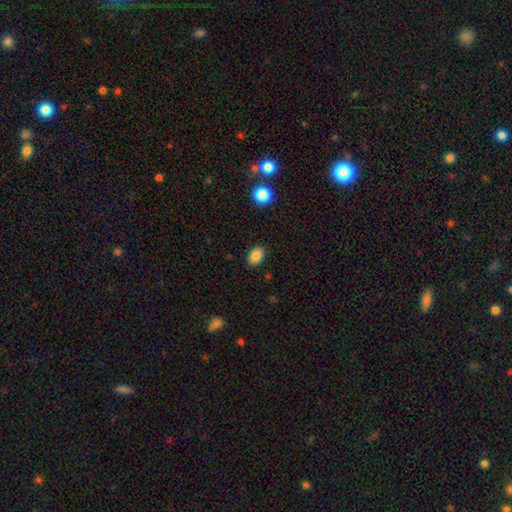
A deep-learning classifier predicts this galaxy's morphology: This appears to be a smooth galaxy with no disk features (85%) that is in between round and cigar-shaped (78%). Merging: none (88%).